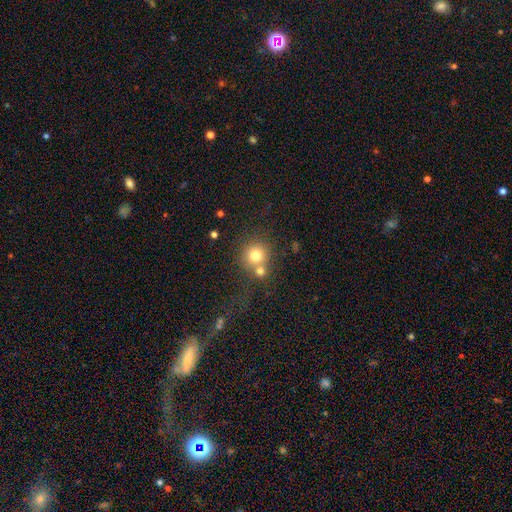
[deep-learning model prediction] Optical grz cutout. It shows a smooth galaxy with no disk features (76%) that is round (89%). Merging: none (50%).